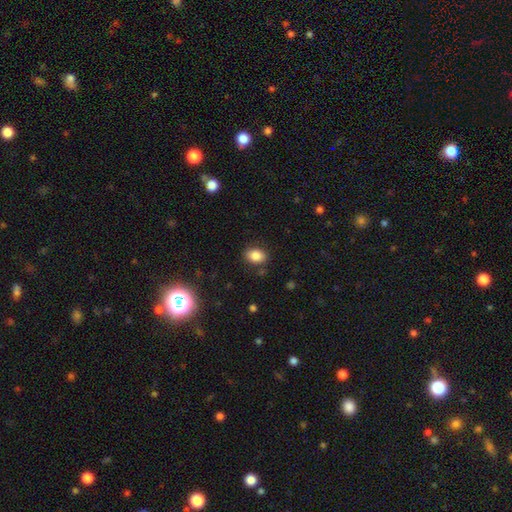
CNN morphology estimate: This appears to be a smooth galaxy with no disk features (84%) that is in between round and cigar-shaped (74%). Merging: none (84%).